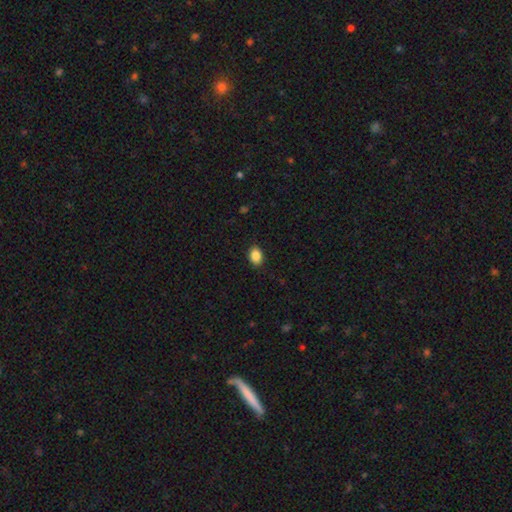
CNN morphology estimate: smooth 88%, star or artifact 8%, featured or disk 4%. Down the decision tree: how rounded — in between (72%); merging — none (88%).